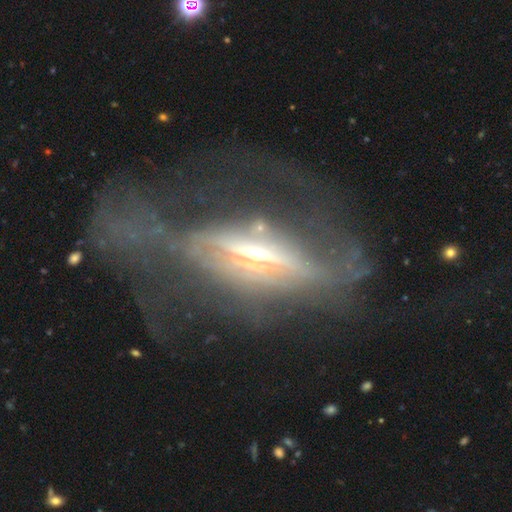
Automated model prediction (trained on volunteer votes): Smooth or featured?
  - featured or disk: 74% *
  - smooth: 15%
  - star or artifact: 11%
Edge-on disk?
  - no: 54% *
  - yes: 46%
Merging?
  - major disturbance: 60% *
  - none: 20%
  - minor disturbance: 12%
  - merger: 8%